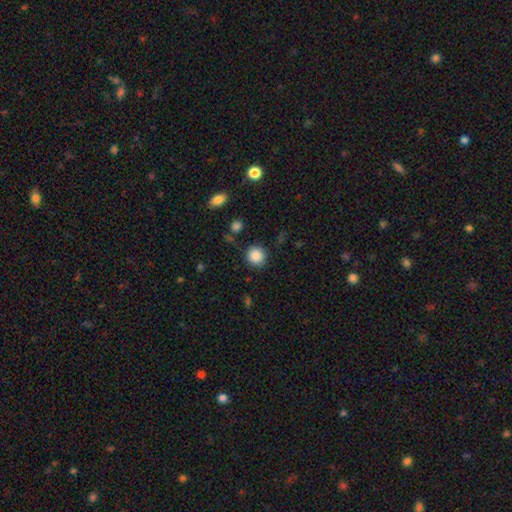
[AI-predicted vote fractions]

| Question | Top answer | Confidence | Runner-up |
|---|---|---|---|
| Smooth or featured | smooth | 87% | star or artifact (9%) |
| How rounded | round | 92% | in between (7%) |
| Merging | none | 85% | minor disturbance (9%) |